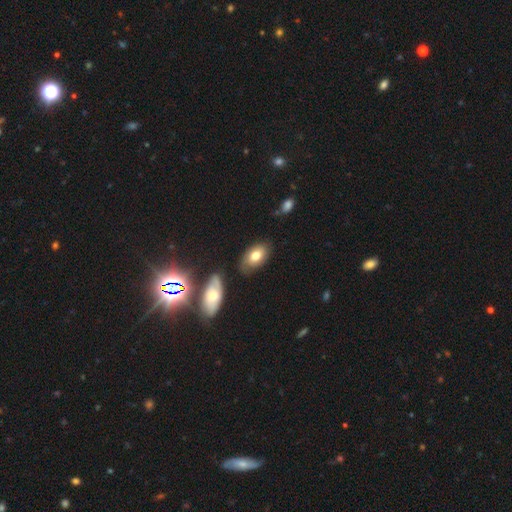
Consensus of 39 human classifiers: Volunteers were most divided on "merging": minor disturbance: 49%, none: 43%, major disturbance: 6%, merger: 3%. More confident: how rounded — in between (96%); smooth or featured — smooth (59%).